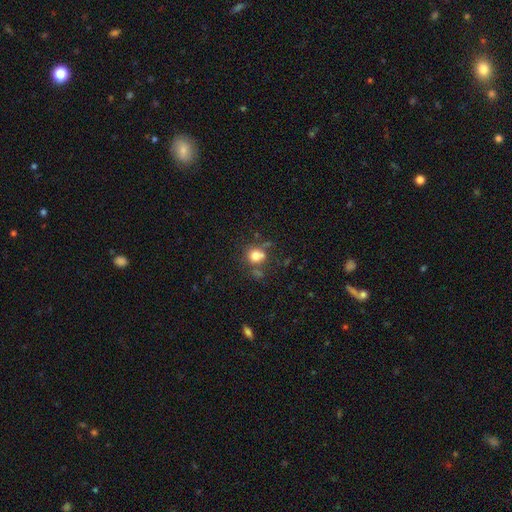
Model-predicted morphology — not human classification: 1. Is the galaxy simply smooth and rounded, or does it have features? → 76% smooth, 14% star or artifact, 11% featured or disk.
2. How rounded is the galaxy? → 81% round, 18% in between, 1% cigar-shaped.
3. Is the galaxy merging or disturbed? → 58% none, 19% merger, 16% minor disturbance, 7% major disturbance.